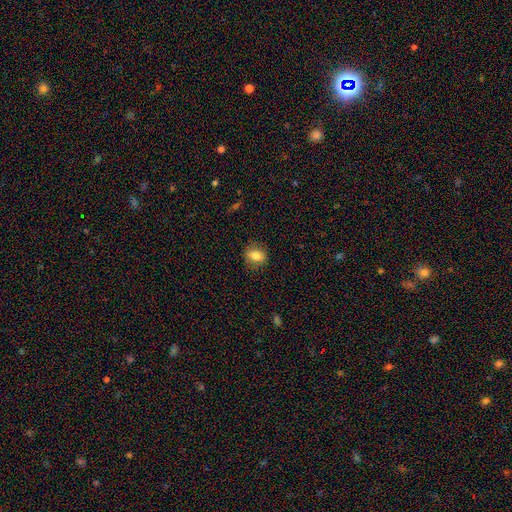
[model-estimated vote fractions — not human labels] A smooth galaxy with no disk features (77%) that is in between round and cigar-shaped (51%). Merging: none (84%).